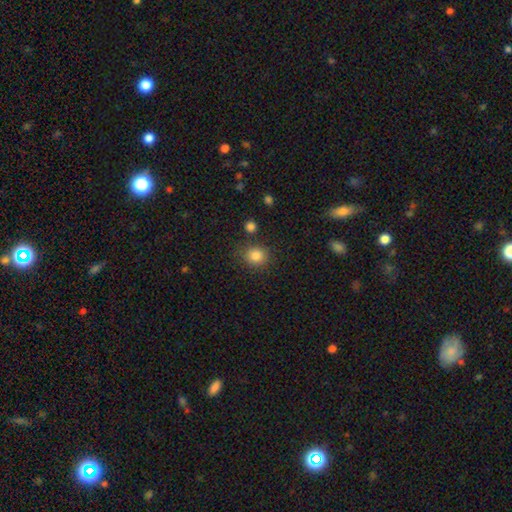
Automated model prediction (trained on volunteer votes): A smooth galaxy with no disk features (83%) that is round (82%).

Vote fractions:
- Smooth or featured? smooth: 83% / star or artifact: 11% / featured or disk: 5%
- How rounded? round: 82% / in between: 17% / cigar-shaped: 1%
- Merging? none: 82% / minor disturbance: 10% / merger: 5% / major disturbance: 3%